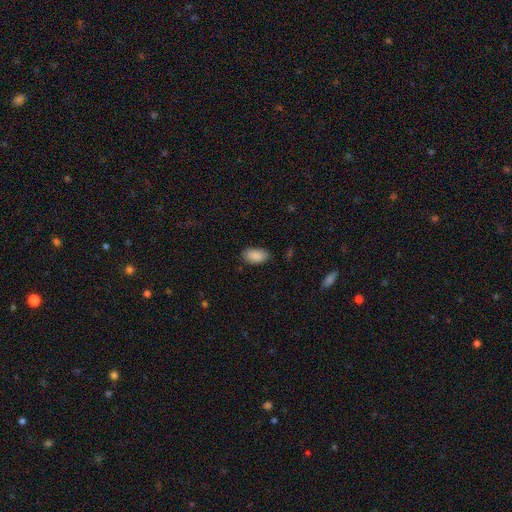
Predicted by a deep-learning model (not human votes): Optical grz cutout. It shows a smooth galaxy with no disk features (89%) that is in between round and cigar-shaped (94%). Merging: none (84%).